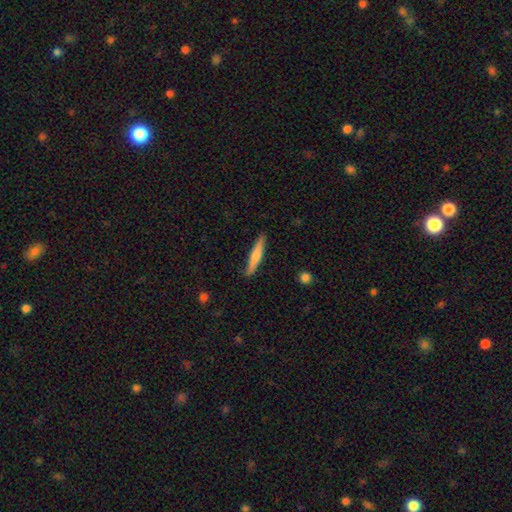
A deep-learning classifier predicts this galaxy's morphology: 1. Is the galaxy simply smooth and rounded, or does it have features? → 57% smooth, 37% featured or disk, 6% star or artifact.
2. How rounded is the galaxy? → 93% cigar-shaped, 6% in between, 1% round.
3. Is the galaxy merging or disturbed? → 88% none, 9% minor disturbance, 2% major disturbance, 1% merger.